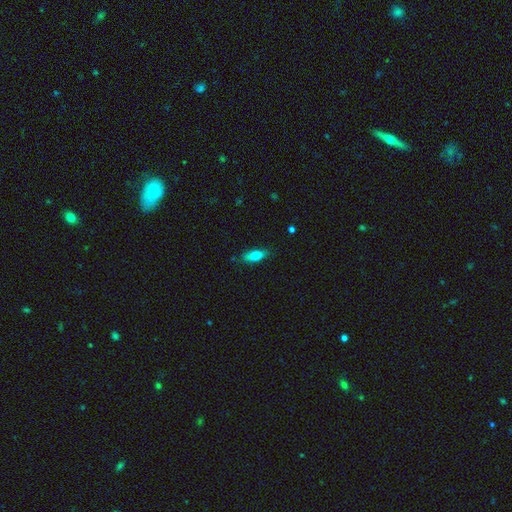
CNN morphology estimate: Smooth or featured? Predicted: smooth (p=0.71). How rounded? Predicted: in between (p=0.68). Merging? Predicted: none (p=0.80).